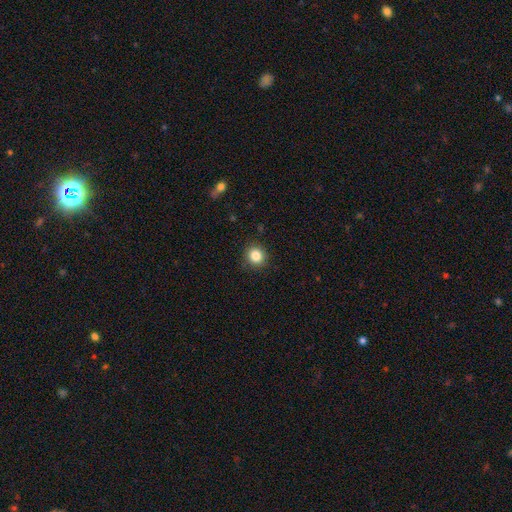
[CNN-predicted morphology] Smooth or featured? smooth (84%)
How rounded? round (89%)
Merging? none (90%)